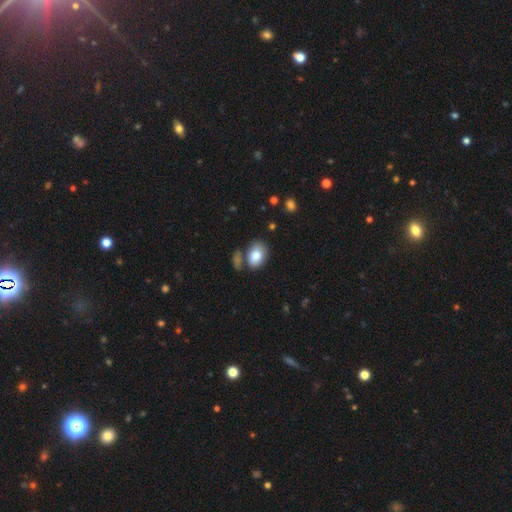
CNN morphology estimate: smooth 82%, featured or disk 10%, star or artifact 7%. Down the decision tree: how rounded — in between (80%); merging — none (64%).